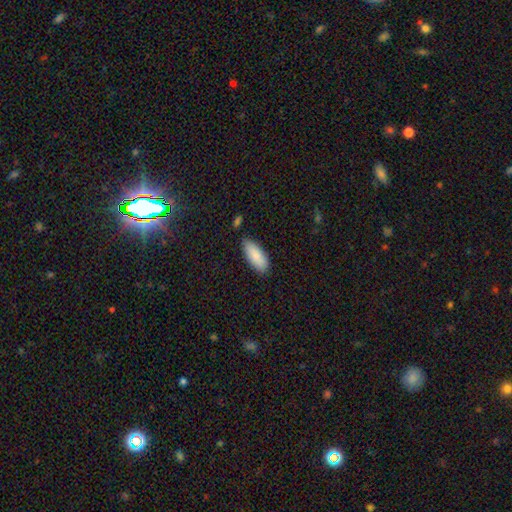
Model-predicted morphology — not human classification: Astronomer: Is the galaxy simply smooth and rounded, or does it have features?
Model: smooth — 88%.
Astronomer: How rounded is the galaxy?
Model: in between — 81%.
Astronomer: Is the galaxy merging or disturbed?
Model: none — 79%.